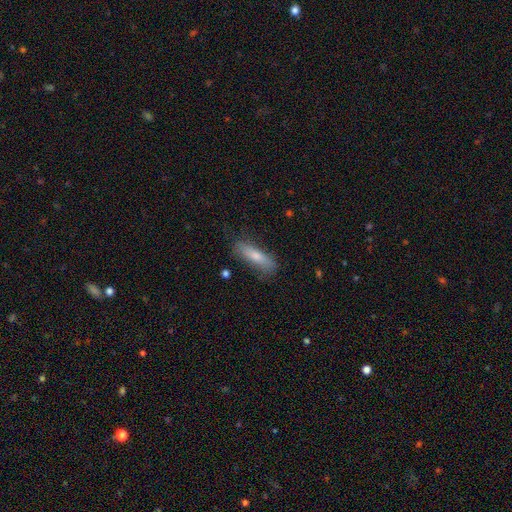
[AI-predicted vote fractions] A smooth galaxy with no disk features (71%) that is cigar-shaped (62%).

Vote fractions:
- Smooth or featured? smooth: 71% / featured or disk: 22% / star or artifact: 7%
- How rounded? cigar-shaped: 62% / in between: 36% / round: 2%
- Merging? none: 76% / minor disturbance: 18% / major disturbance: 4% / merger: 2%